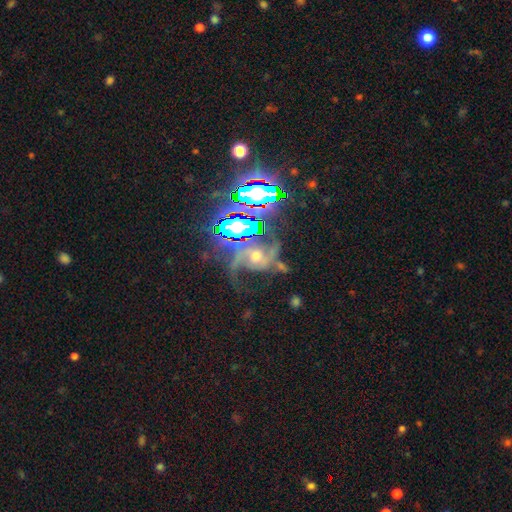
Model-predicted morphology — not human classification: smooth-or-featured: featured or disk: 67% | star or artifact: 23% | smooth: 10%
  disk-edge-on: no: 95% | yes: 5%
    bar: no: 59% | weak: 25% | strong: 15%
    has-spiral-arms: yes: 92% | no: 8%
      spiral-winding: loose: 61% | medium: 30% | tight: 9%
      spiral-arm-count: 2: 77% | can't tell: 7% | 1: 6% | 3: 5% | 4: 3% | more than 4: 2%
    bulge-size: moderate: 60% | small: 25% | large: 10% | none: 3% | dominant: 3%
  merging: none: 46% | major disturbance: 25% | minor disturbance: 19% | merger: 10%